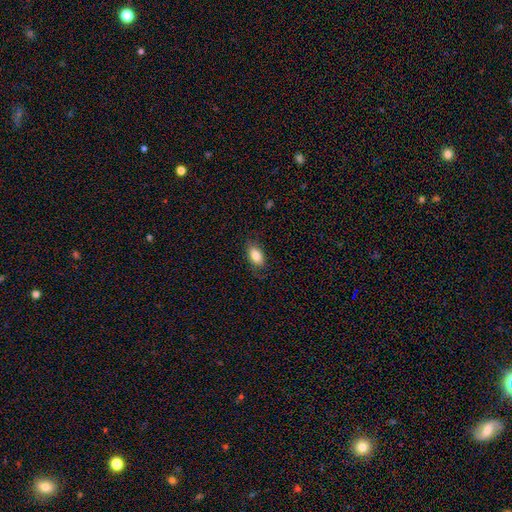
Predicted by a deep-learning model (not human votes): Smooth or featured? smooth (81%)
How rounded? in between (91%)
Merging? none (77%)